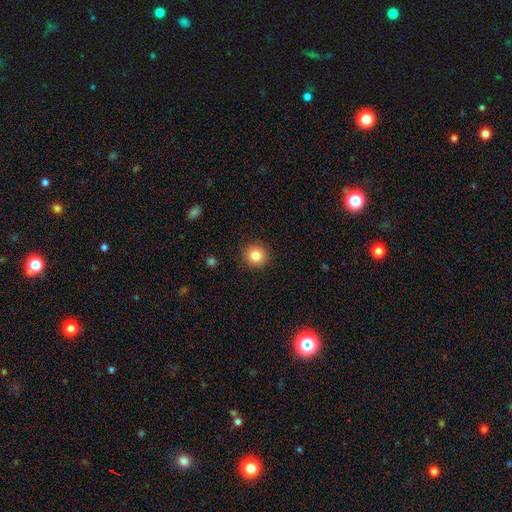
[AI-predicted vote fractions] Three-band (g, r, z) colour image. It shows a smooth galaxy with no disk features (84%) that is round (93%). Merging: none (90%).